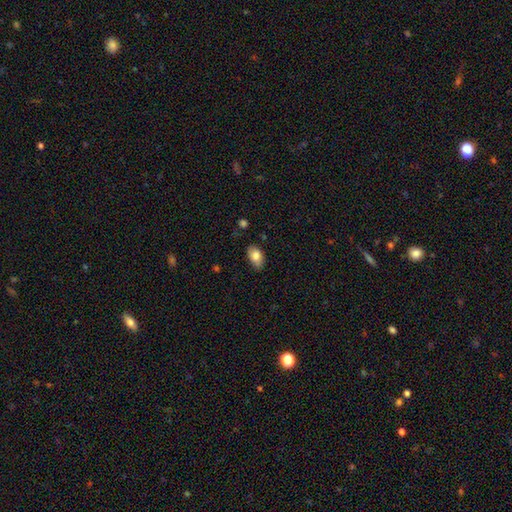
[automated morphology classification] type=smooth (82%); roundness=in between (92%); merging=none (82%).